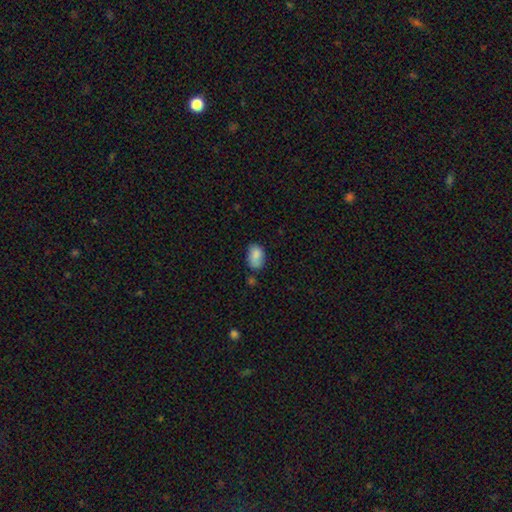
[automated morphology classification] Overall: smooth (85%). How rounded: in between (86%). Merging: none (62%; minor disturbance 27%).